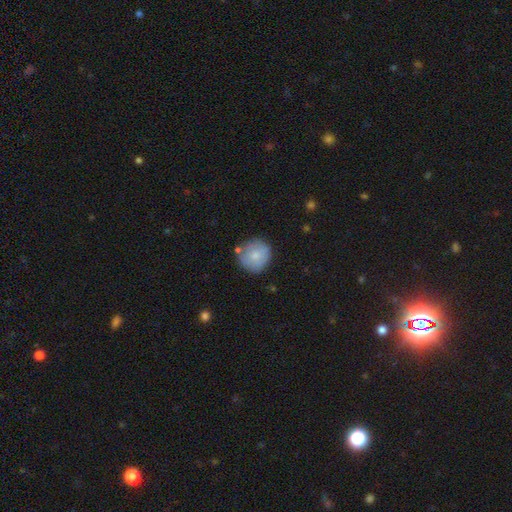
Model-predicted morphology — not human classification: Smooth or featured?
  - smooth: 76% *
  - featured or disk: 18%
  - star or artifact: 6%
How rounded?
  - round: 91% *
  - in between: 8%
  - cigar-shaped: 1%
Merging?
  - none: 74% *
  - minor disturbance: 17%
  - merger: 5%
  - major disturbance: 4%